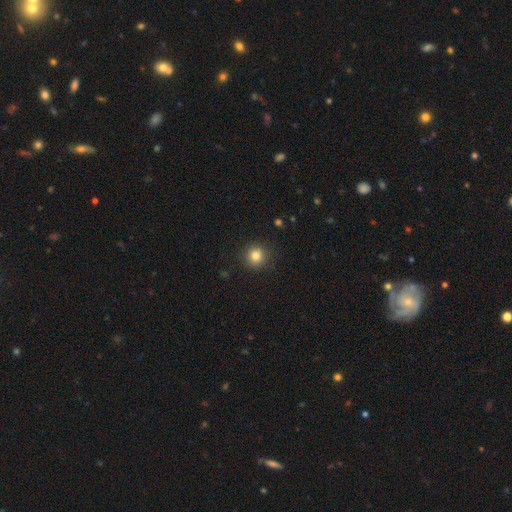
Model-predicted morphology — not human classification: A smooth galaxy with no disk features (83%) that is round (94%). Merging: none (90%).